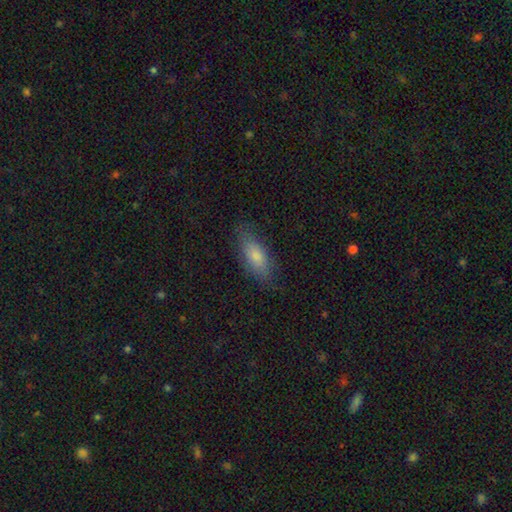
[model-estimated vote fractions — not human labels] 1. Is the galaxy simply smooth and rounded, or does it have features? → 75% smooth, 17% featured or disk, 8% star or artifact.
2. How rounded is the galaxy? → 71% in between, 27% cigar-shaped, 3% round.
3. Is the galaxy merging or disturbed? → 80% none, 15% minor disturbance, 4% major disturbance, 1% merger.